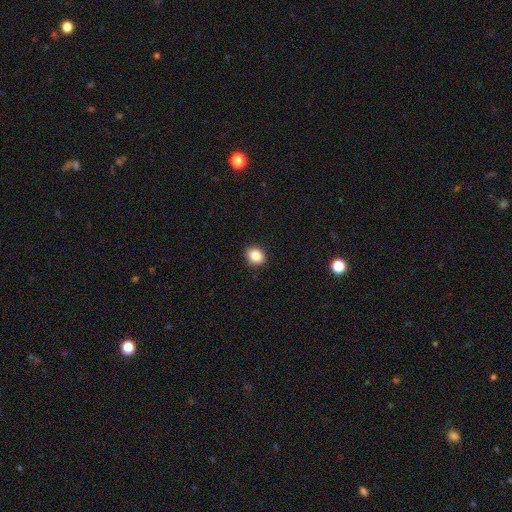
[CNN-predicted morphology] This appears to be a smooth galaxy with no disk features (86%) that is round (65%). Merging: none (90%).